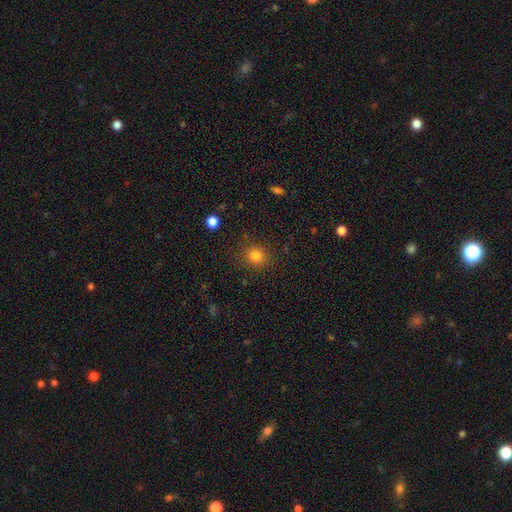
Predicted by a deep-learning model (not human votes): smooth_or_featured: smooth (p=0.81) [alt: star or artifact p=0.13]
how_rounded: round (p=0.87) [alt: in between p=0.12]
merging: none (p=0.88) [alt: minor disturbance p=0.08]